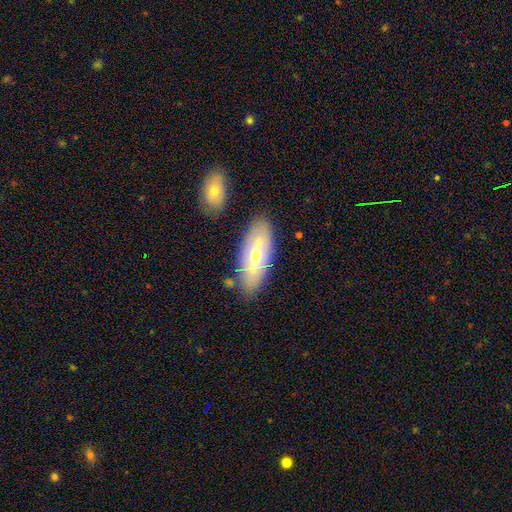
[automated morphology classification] A featured or disk galaxy (52%).

Vote fractions:
- Smooth or featured? featured or disk: 52% / smooth: 42% / star or artifact: 6%
- Edge-on disk? no: 75% / yes: 25%
- Merging? none: 80% / minor disturbance: 13% / merger: 4% / major disturbance: 3%